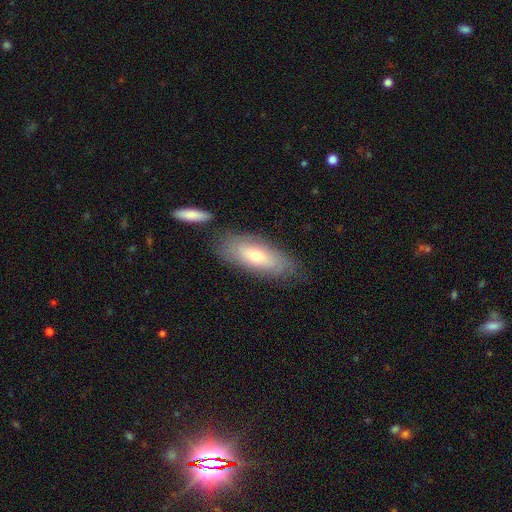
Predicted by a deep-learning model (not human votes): smooth-or-featured: smooth: 61% | featured or disk: 32% | star or artifact: 7%
  how-rounded: in between: 72% | cigar-shaped: 26% | round: 2%
  merging: none: 74% | minor disturbance: 17% | merger: 5% | major disturbance: 5%